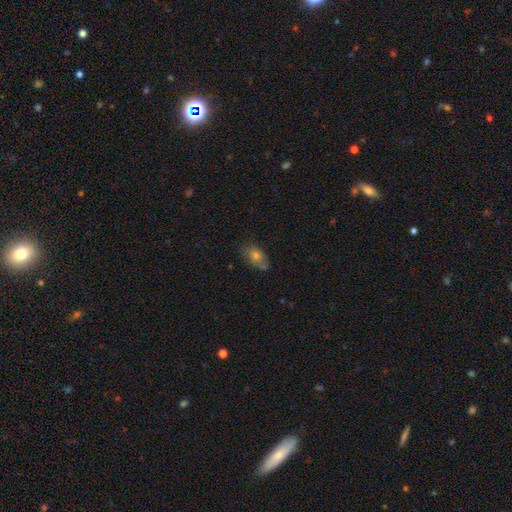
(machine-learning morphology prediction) This appears to be a smooth galaxy with no disk features (55%) that is in between round and cigar-shaped (83%). Merging: none (67%).